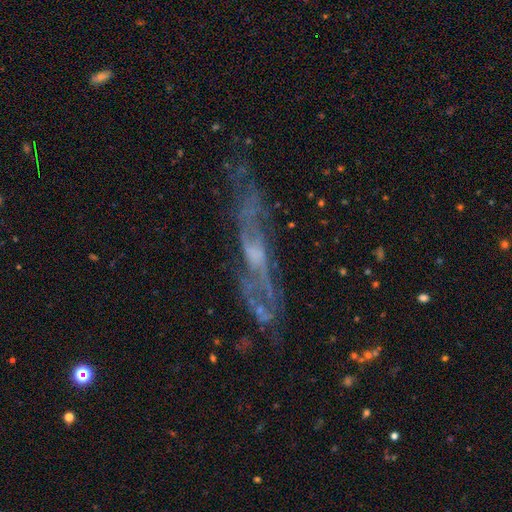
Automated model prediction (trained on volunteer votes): Smooth or featured? Predicted: featured or disk (p=0.71). Edge-on disk? Predicted: yes (p=0.55). Merging? Predicted: none (p=0.62).